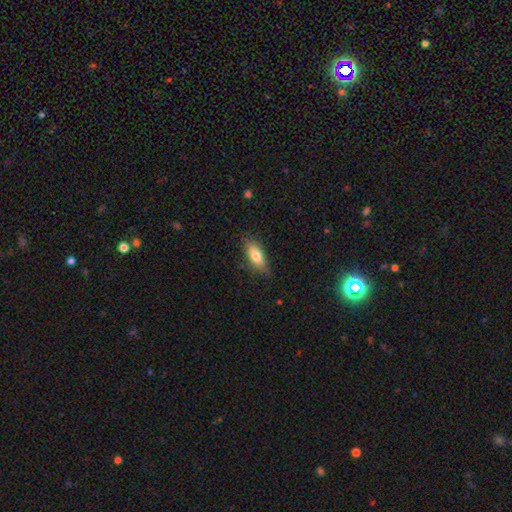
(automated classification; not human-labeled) Morphology: type=smooth (76%); roundness=in between (74%); merging=none (81%).